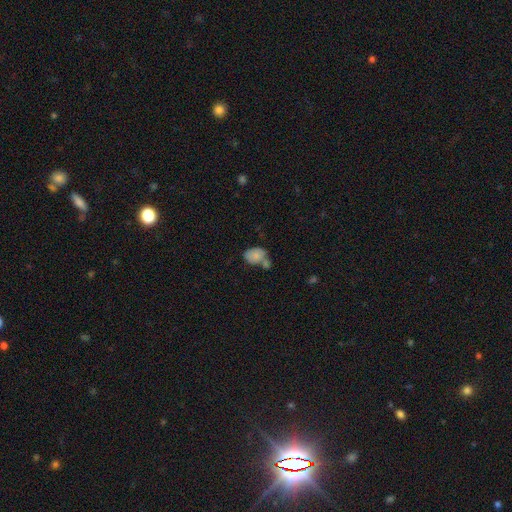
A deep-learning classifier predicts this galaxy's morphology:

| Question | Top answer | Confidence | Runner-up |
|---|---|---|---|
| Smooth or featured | smooth | 78% | featured or disk (14%) |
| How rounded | in between | 72% | round (27%) |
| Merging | merger | 41% | none (34%) |